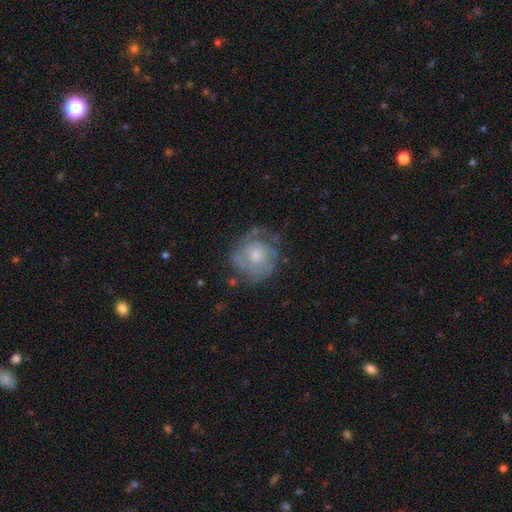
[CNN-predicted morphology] Smooth or featured? featured or disk (61%)
Edge-on disk? no (98%)
Bar? no (80%)
Spiral arms? yes (73%)
Bulge size? small (49%)
Merging? none (58%)